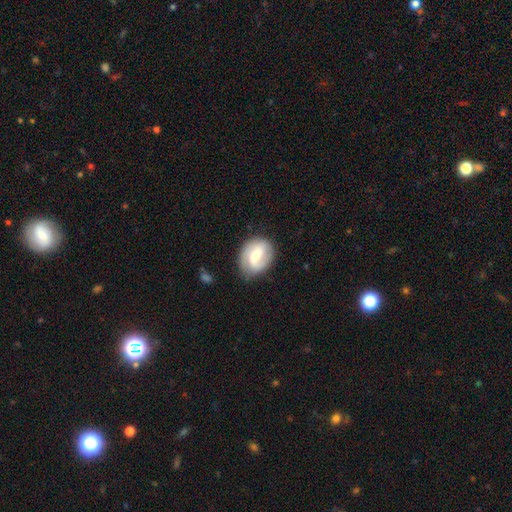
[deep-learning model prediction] Morphology: type=featured or disk (70%); edge-on=no (97%); bar=weak (50%); spiral arms=yes (88%); winding=medium (44%); arm count=2 (76%); bulge=moderate (55%); merging=none (76%).